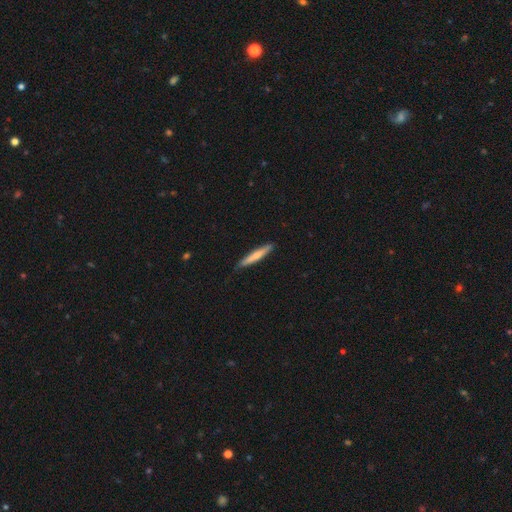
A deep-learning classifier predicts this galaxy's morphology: smooth_or_featured: smooth (p=0.62) [alt: featured or disk p=0.32]
how_rounded: cigar-shaped (p=0.94) [alt: in between p=0.05]
merging: none (p=0.85) [alt: minor disturbance p=0.12]